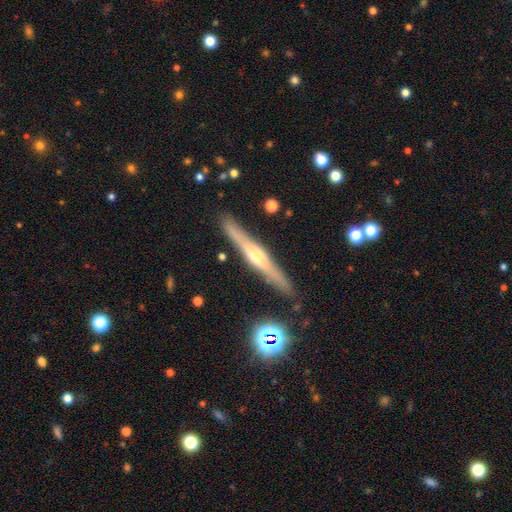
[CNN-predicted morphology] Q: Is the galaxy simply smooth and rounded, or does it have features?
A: featured or disk — 74%.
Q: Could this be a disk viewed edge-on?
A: yes — 97%.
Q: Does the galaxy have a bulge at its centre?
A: rounded — 85%.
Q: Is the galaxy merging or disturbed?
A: none — 89%.